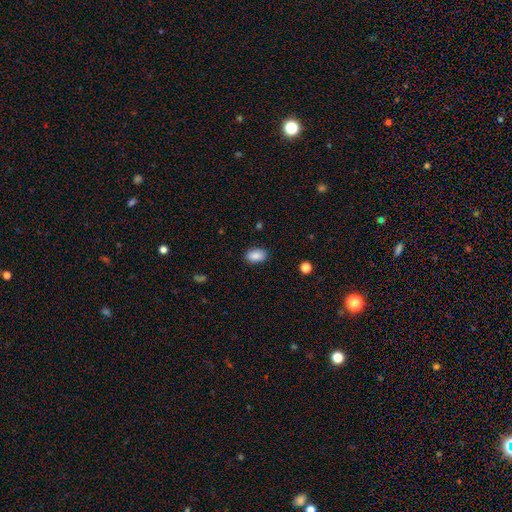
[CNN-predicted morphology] The model was most divided on "merging": none: 87%, minor disturbance: 10%, major disturbance: 2%, merger: 1%. More confident: how rounded — in between (90%); smooth or featured — smooth (88%).